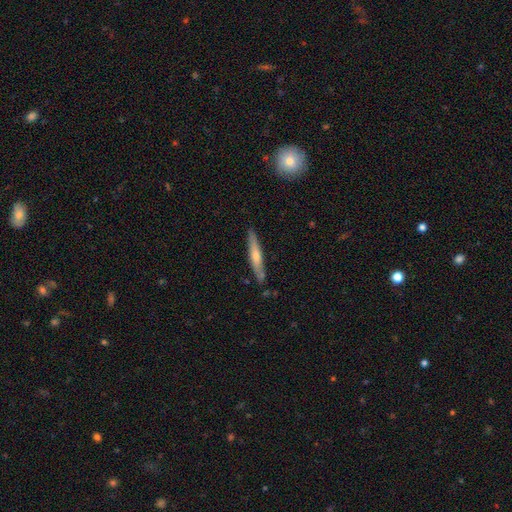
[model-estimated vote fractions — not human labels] This is possibly a featured or disk galaxy (56%). It is clearly viewed edge-on (93%). Edge-on bulge: likely rounded (74%). Merging: clearly none (86%).